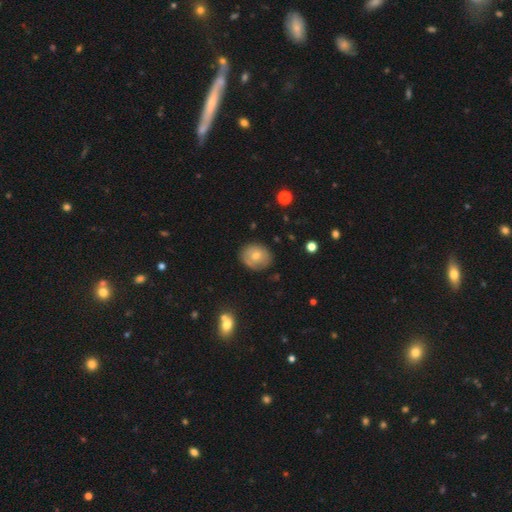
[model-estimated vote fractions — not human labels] Morphology: type=smooth (63%); roundness=round (64%); merging=none (77%).